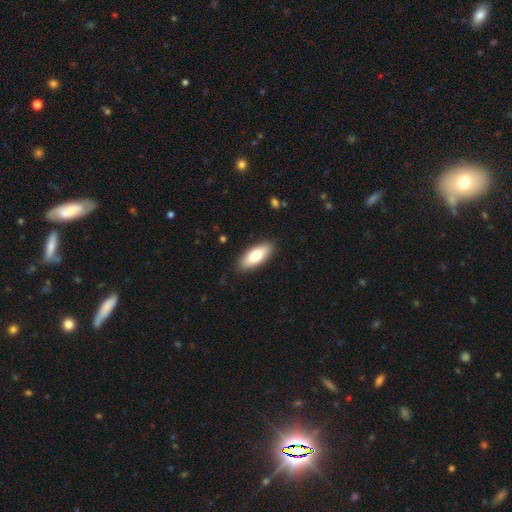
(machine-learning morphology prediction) Smooth or featured? smooth (74%)
How rounded? in between (81%)
Merging? none (89%)